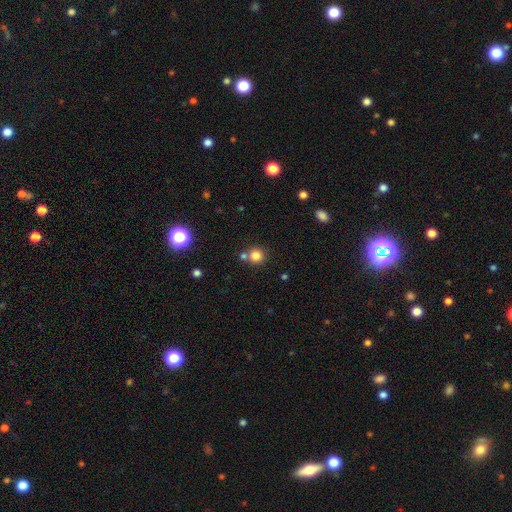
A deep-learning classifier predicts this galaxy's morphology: The model was most divided on "merging": none: 68%, merger: 22%, minor disturbance: 8%, major disturbance: 3%. More confident: how rounded — round (92%); smooth or featured — smooth (81%).